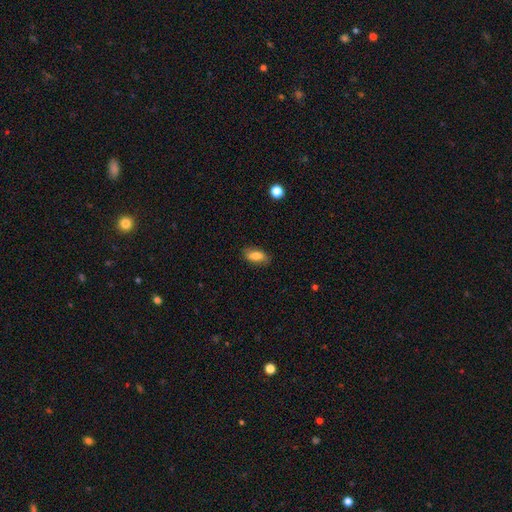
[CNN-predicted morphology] Overall: smooth (81%). How rounded: in between (86%). Merging: none (81%).